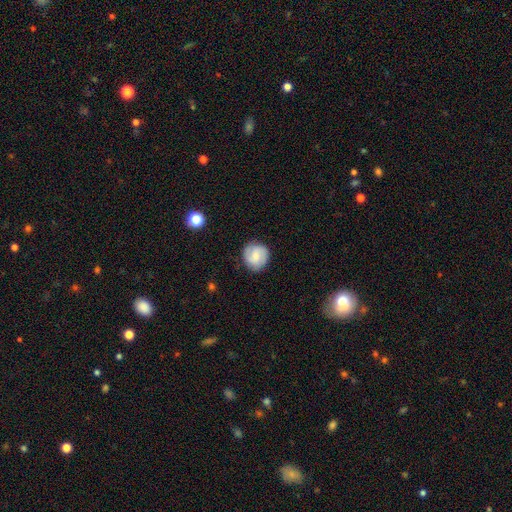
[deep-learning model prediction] This appears to be a smooth galaxy with no disk features (55%) that is round (88%). Merging: none (83%).